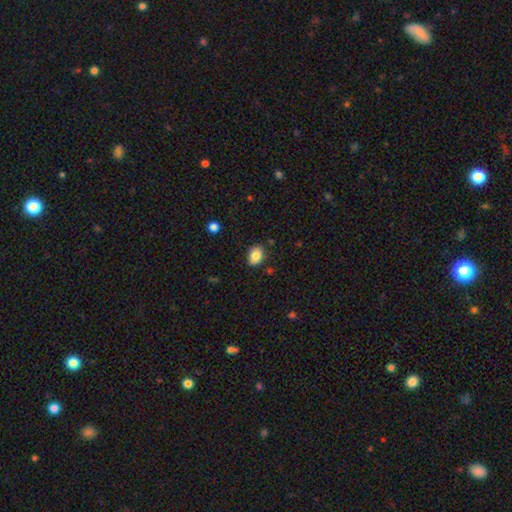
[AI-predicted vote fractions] This appears to be a smooth galaxy with no disk features (85%) that is in between round and cigar-shaped (75%). Merging: none (83%).